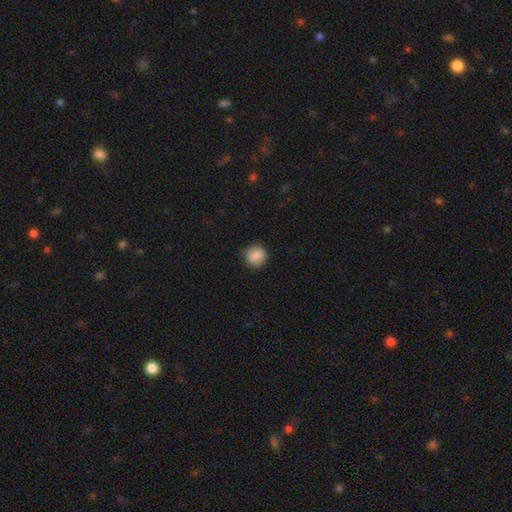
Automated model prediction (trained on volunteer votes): Smooth or featured: smooth — 87% (star or artifact — 8%)
How rounded: round — 87% (in between — 12%)
Merging: none — 86% (minor disturbance — 10%)